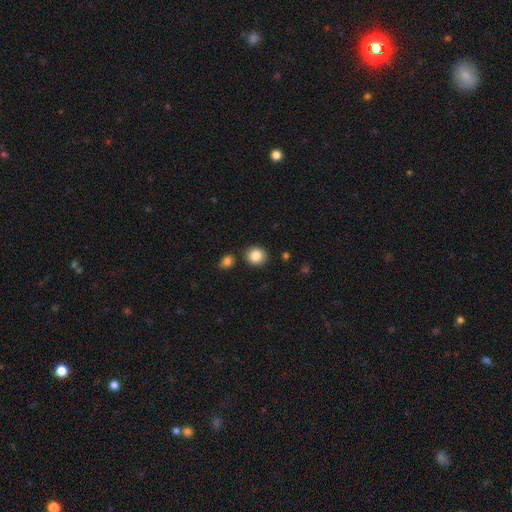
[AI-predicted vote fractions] Smooth or featured: smooth — 86% (star or artifact — 9%)
How rounded: round — 83% (in between — 16%)
Merging: none — 85% (minor disturbance — 8%)